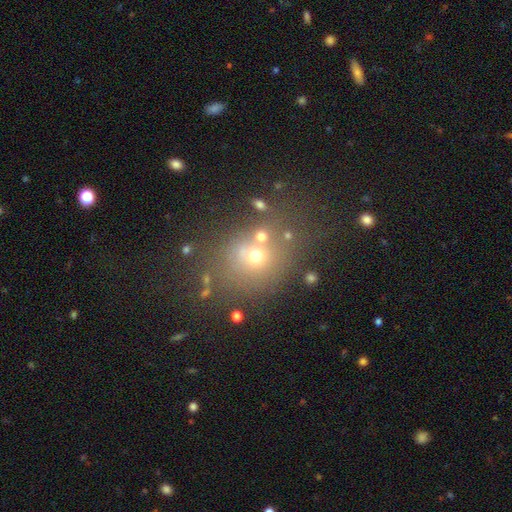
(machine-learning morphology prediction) The model was most divided on "smooth or featured": smooth: 57%, star or artifact: 25%, featured or disk: 17%. More confident: how rounded — round (72%); merging — none (61%).